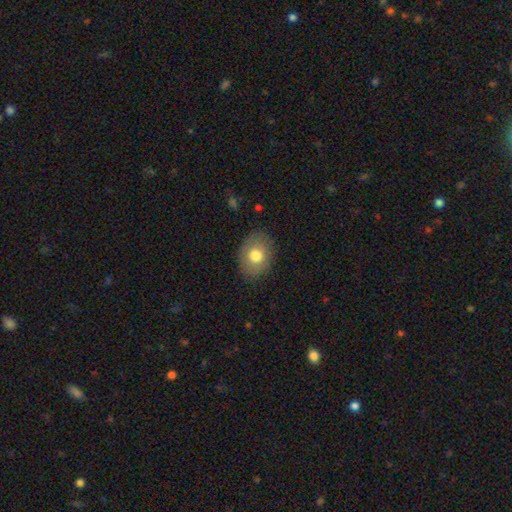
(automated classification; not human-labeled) Morphology: type=smooth (75%); roundness=in between (61%); merging=none (85%).